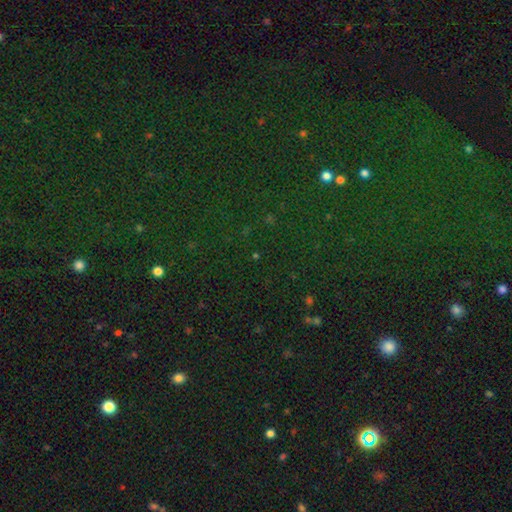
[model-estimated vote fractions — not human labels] smooth_or_featured: star or artifact (p=0.68) [alt: smooth p=0.23]